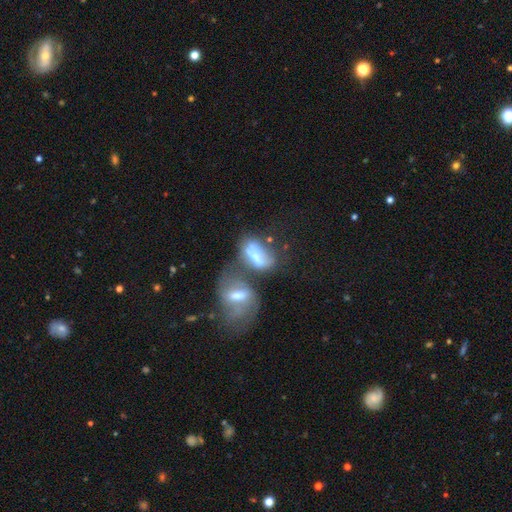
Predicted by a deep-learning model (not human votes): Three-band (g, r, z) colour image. It shows a smooth galaxy with no disk features (47%). Merging: merger (53%).